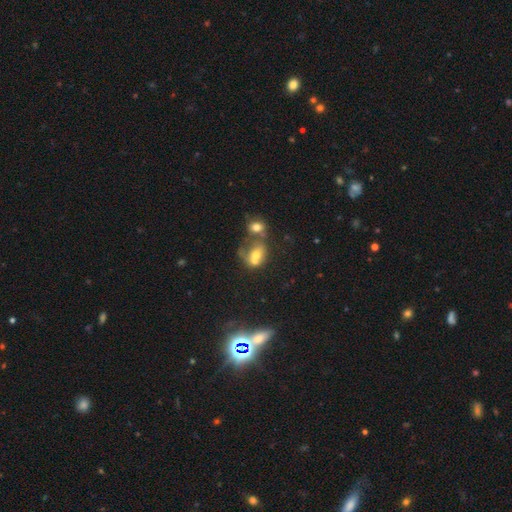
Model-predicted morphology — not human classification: type=smooth (60%); roundness=in between (57%); merging=merger (63%).